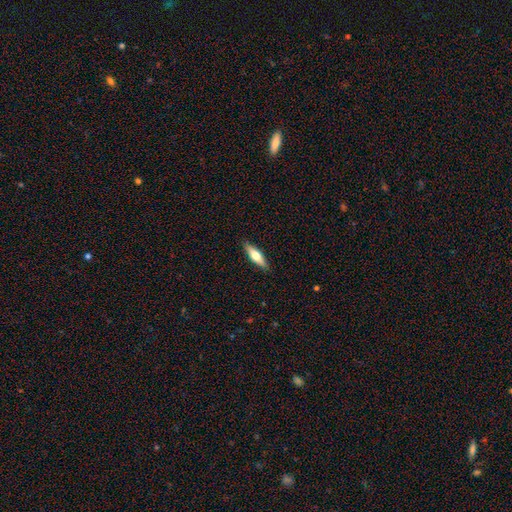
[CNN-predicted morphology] Overall: smooth (54%; featured or disk 40%). How rounded: cigar-shaped (57%; in between 41%). Merging: none (89%).